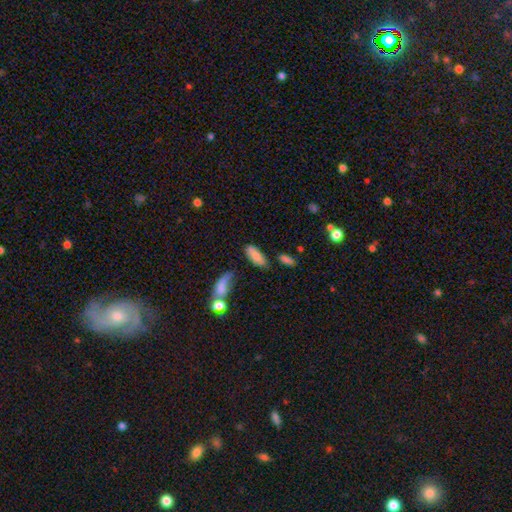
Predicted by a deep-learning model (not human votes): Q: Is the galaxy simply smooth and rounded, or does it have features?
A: smooth — 77%.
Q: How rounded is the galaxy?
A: in between — 76%.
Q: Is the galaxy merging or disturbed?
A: none — 59%.